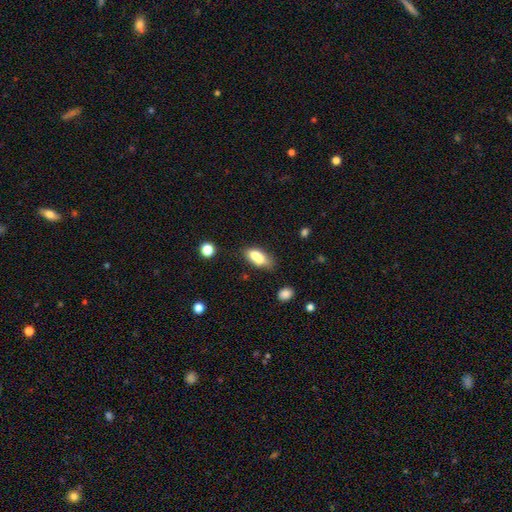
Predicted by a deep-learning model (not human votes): This is likely a smooth galaxy (74%). How rounded: clearly in between (82%). Merging: marginally none (42%).